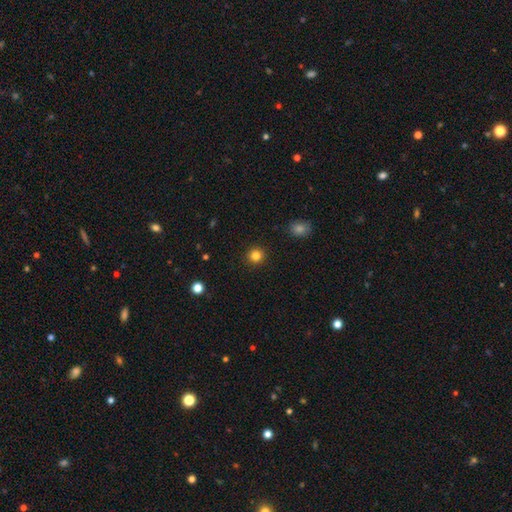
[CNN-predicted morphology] Smooth or featured? smooth (83%)
How rounded? round (93%)
Merging? none (92%)